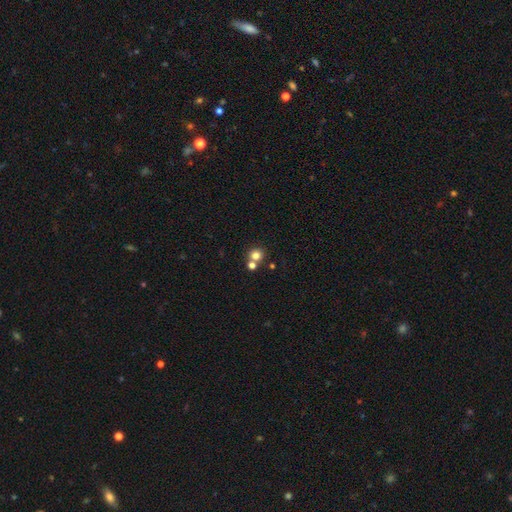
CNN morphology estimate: This appears to be a smooth galaxy with no disk features (79%) that is round (89%). Merging: none (61%).